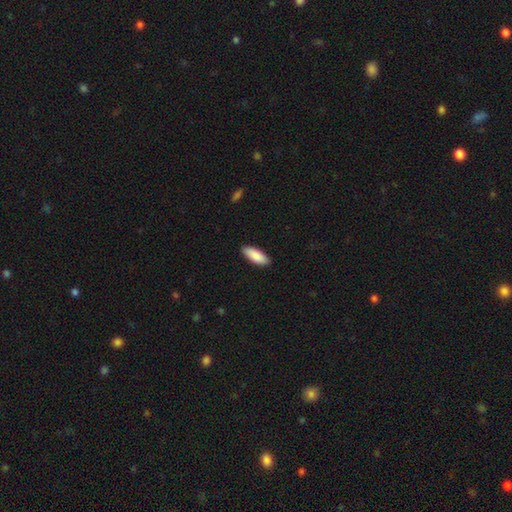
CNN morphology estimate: A smooth galaxy with no disk features (89%) that is in between round and cigar-shaped (75%).

Vote fractions:
- Smooth or featured? smooth: 89% / featured or disk: 5% / star or artifact: 5%
- How rounded? in between: 75% / cigar-shaped: 23% / round: 2%
- Merging? none: 89% / minor disturbance: 9% / major disturbance: 2% / merger: 1%